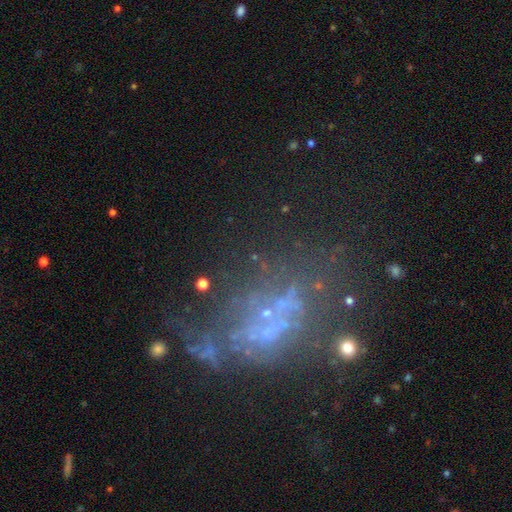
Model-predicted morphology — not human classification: Smooth or featured? featured or disk (54%)
Edge-on disk? no (95%)
Bar? no (91%)
Spiral arms? no (92%)
Bulge size? none (72%)
Merging? none (40%)